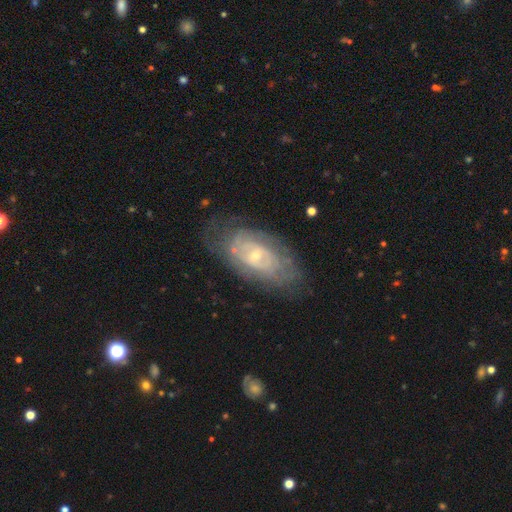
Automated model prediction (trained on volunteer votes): Q: Smooth or featured?
A: featured or disk (77%); runner-up: smooth (17%)
Q: Edge-on disk?
A: no (93%); runner-up: yes (7%)
Q: Bar?
A: no (61%); runner-up: weak (32%)
Q: Spiral arms?
A: yes (78%); runner-up: no (22%)
Q: Spiral winding?
A: tight (68%); runner-up: medium (24%)
Q: Spiral arm count?
A: can't tell (58%); runner-up: 2 (22%)
Q: Bulge size?
A: small (70%); runner-up: moderate (26%)
Q: Merging?
A: none (68%); runner-up: minor disturbance (21%)